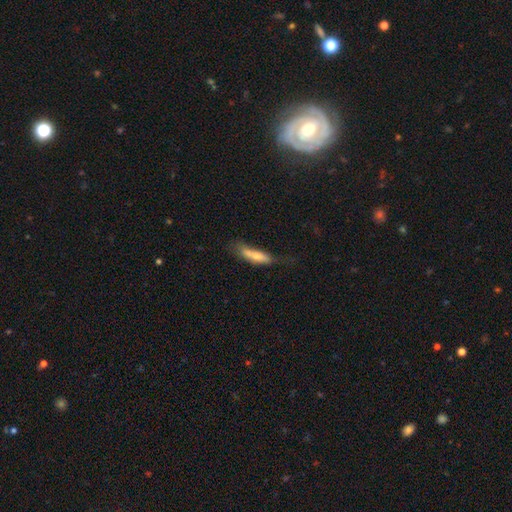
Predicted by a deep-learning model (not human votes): Q: Smooth or featured?
A: smooth (69%); runner-up: featured or disk (24%)
Q: How rounded?
A: cigar-shaped (69%); runner-up: in between (29%)
Q: Merging?
A: none (40%); runner-up: minor disturbance (30%)